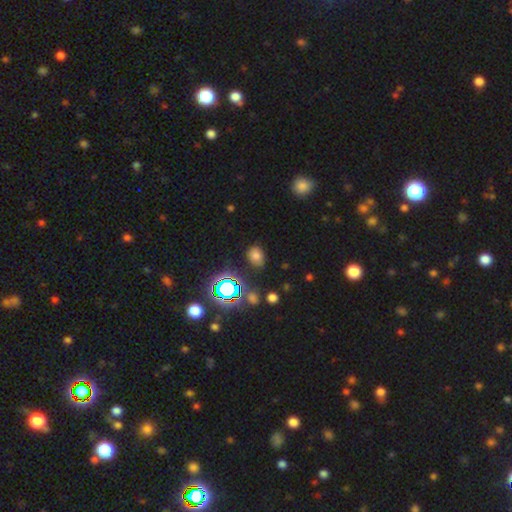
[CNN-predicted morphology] This appears to be a smooth galaxy with no disk features (65%) that is in between round and cigar-shaped (66%). Merging: none (77%).